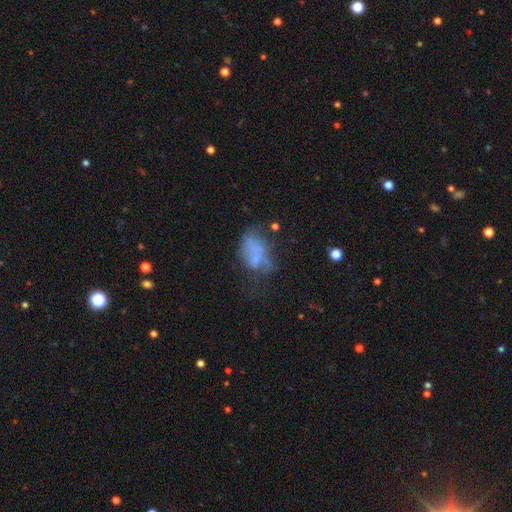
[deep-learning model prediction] Smooth or featured? smooth (50%)
How rounded? in between (86%)
Merging? major disturbance (35%)